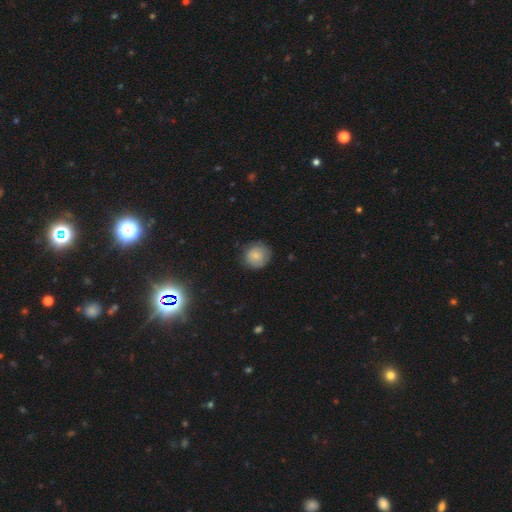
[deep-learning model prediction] A smooth galaxy with no disk features (76%) that is round (87%).

Vote fractions:
- Smooth or featured? smooth: 76% / featured or disk: 15% / star or artifact: 9%
- How rounded? round: 87% / in between: 12% / cigar-shaped: 1%
- Merging? none: 77% / minor disturbance: 17% / major disturbance: 4% / merger: 1%